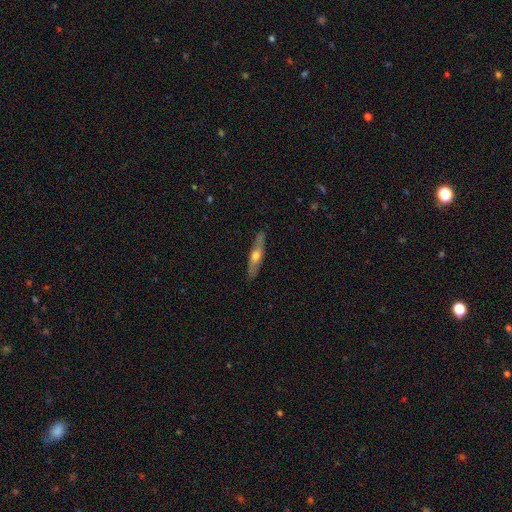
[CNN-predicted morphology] Q: Smooth or featured?
A: featured or disk (59%); runner-up: smooth (35%)
Q: Edge-on disk?
A: yes (84%); runner-up: no (16%)
Q: Merging?
A: none (87%); runner-up: minor disturbance (10%)